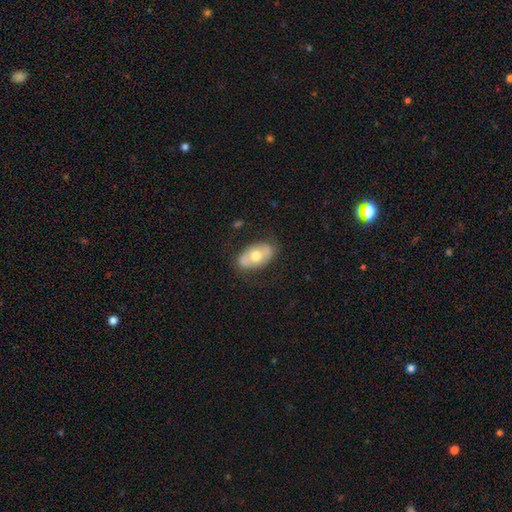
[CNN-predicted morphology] Q: Smooth or featured?
A: smooth (55%); runner-up: featured or disk (38%)
Q: How rounded?
A: in between (91%); runner-up: round (7%)
Q: Merging?
A: none (77%); runner-up: minor disturbance (16%)